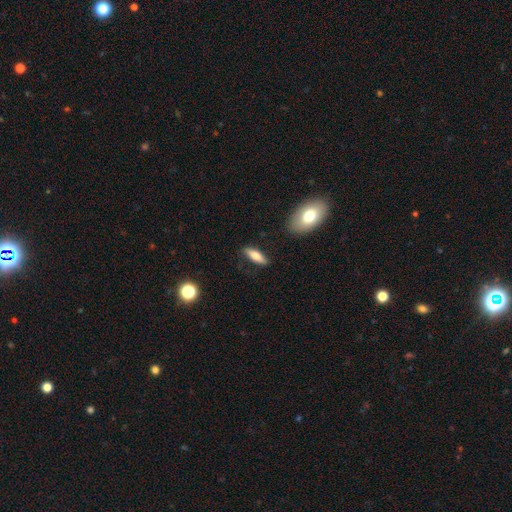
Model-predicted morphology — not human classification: A smooth galaxy with no disk features (70%) that is cigar-shaped (52%).

Vote fractions:
- Smooth or featured? smooth: 70% / featured or disk: 24% / star or artifact: 7%
- How rounded? cigar-shaped: 52% / in between: 46% / round: 2%
- Merging? none: 85% / minor disturbance: 11% / major disturbance: 3% / merger: 2%